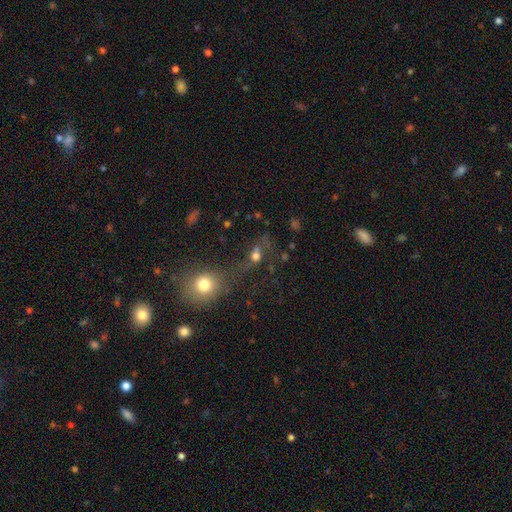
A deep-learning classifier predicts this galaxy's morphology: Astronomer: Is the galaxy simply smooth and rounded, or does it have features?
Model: smooth — 57%.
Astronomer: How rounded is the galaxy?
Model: round — 55% (runner-up: in between, 39%).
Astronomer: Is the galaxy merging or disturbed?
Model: none — 36% (runner-up: merger, 34%).